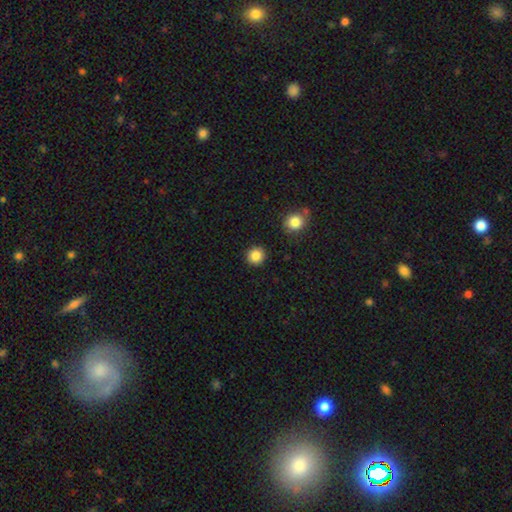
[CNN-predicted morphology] smooth 86%, star or artifact 10%, featured or disk 4%. Down the decision tree: how rounded — round (93%); merging — none (92%).